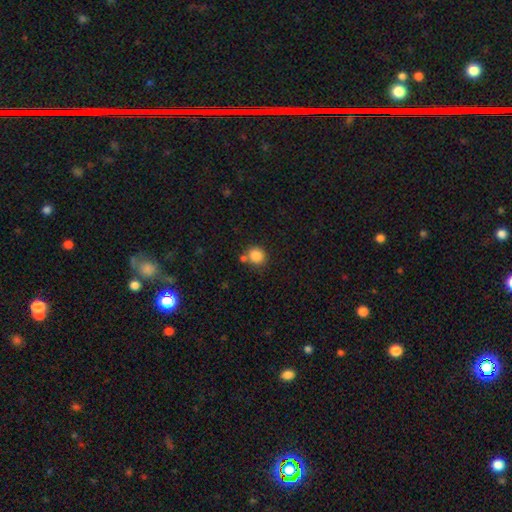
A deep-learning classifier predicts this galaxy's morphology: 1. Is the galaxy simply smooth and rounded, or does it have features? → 85% smooth, 10% star or artifact, 5% featured or disk.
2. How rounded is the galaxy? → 85% round, 14% in between, 1% cigar-shaped.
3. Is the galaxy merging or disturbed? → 66% none, 19% merger, 11% minor disturbance, 4% major disturbance.